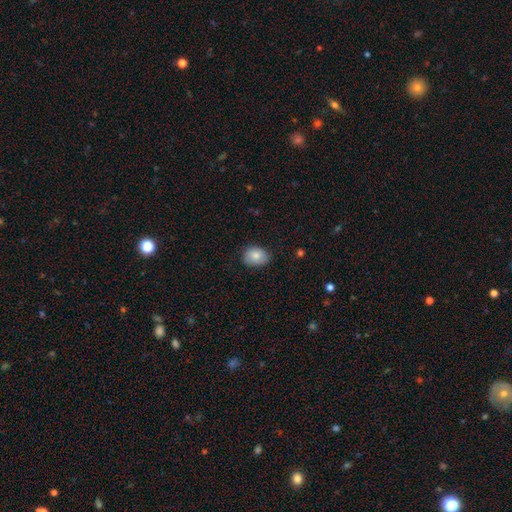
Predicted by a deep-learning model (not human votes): This is clearly a smooth galaxy (83%). How rounded: likely in between (68%). Merging: likely none (79%).